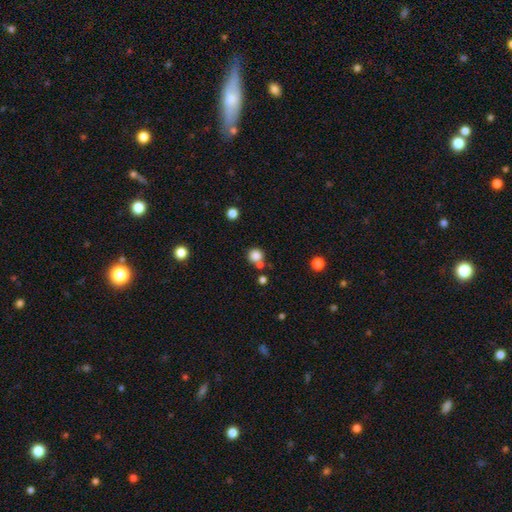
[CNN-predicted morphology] This is clearly a smooth galaxy (83%). How rounded: clearly round (92%). Merging: likely none (67%).